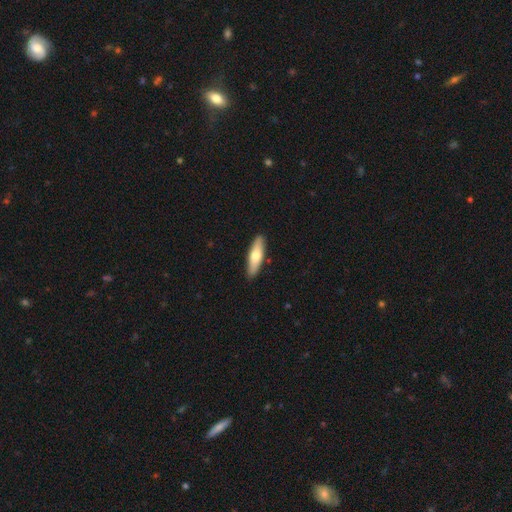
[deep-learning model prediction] The model was most divided on "how rounded": cigar-shaped: 59%, in between: 39%, round: 2%. More confident: merging — none (90%); smooth or featured — smooth (64%).